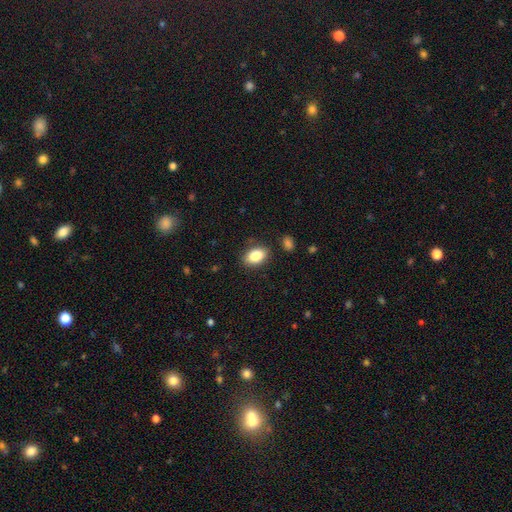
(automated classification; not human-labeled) smooth_or_featured: smooth (p=0.86) [alt: star or artifact p=0.08]
how_rounded: in between (p=0.87) [alt: round p=0.11]
merging: none (p=0.84) [alt: minor disturbance p=0.11]